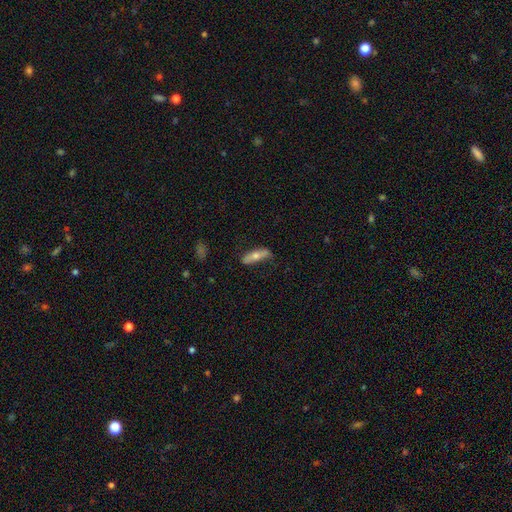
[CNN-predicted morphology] Smooth or featured? Predicted: smooth (p=0.60). How rounded? Predicted: cigar-shaped (p=0.55). Merging? Predicted: none (p=0.72).